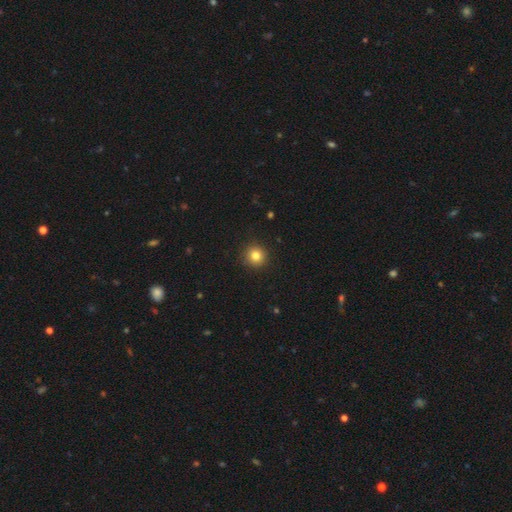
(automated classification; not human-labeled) smooth 82%, star or artifact 12%, featured or disk 6%. Down the decision tree: how rounded — round (94%); merging — none (92%).